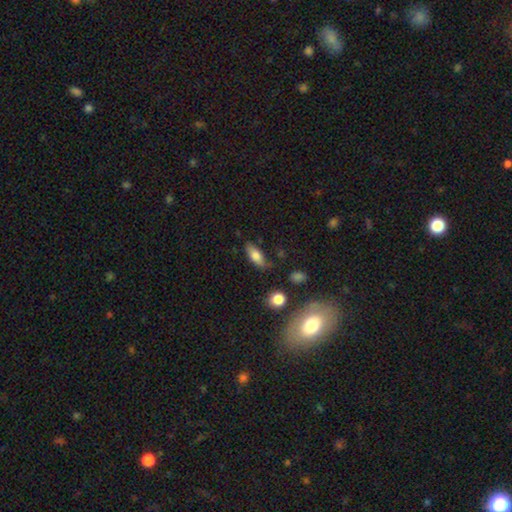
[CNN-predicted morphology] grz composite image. It shows a smooth galaxy with no disk features (76%) that is in between round and cigar-shaped (75%). Merging: none (73%).